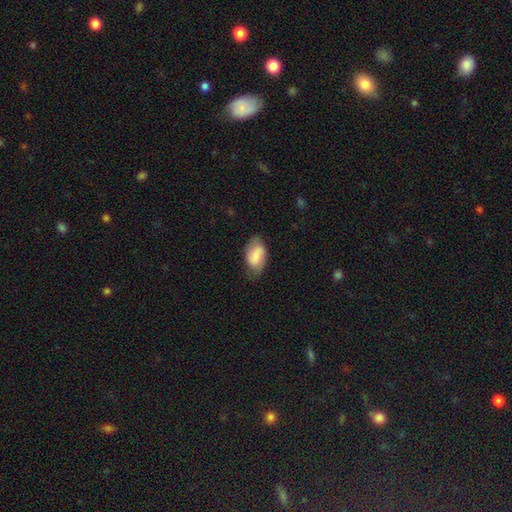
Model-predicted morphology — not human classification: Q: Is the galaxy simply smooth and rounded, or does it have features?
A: smooth — 72%.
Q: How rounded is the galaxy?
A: in between — 92%.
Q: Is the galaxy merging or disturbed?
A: none — 62%.